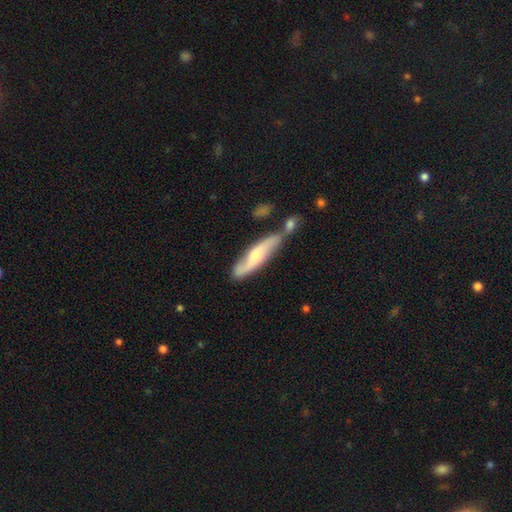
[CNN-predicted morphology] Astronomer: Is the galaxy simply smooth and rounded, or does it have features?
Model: featured or disk — 57% (runner-up: smooth, 37%).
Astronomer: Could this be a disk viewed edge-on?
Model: no — 60% (runner-up: yes, 40%).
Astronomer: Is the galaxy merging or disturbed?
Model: none — 50% (runner-up: merger, 26%).